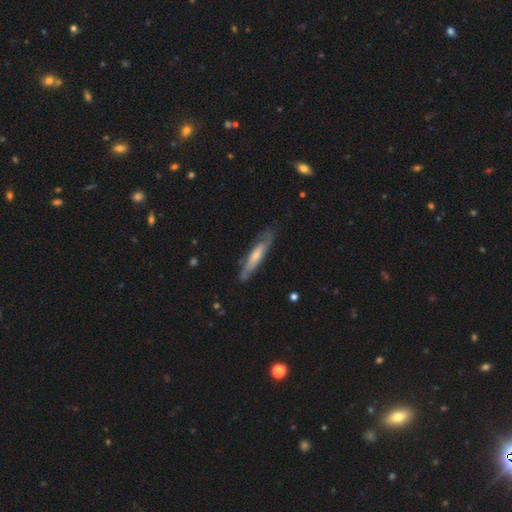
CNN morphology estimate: smooth-or-featured: featured or disk: 50% | smooth: 45% | star or artifact: 5%
  merging: none: 76% | minor disturbance: 18% | major disturbance: 5% | merger: 2%